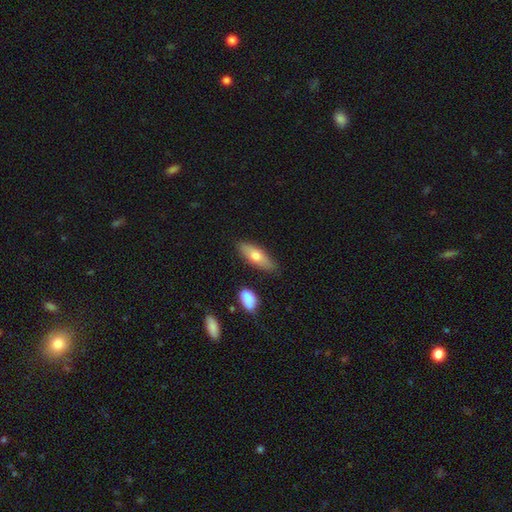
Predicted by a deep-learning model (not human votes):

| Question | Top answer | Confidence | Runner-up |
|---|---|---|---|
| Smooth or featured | smooth | 66% | featured or disk (28%) |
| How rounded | in between | 63% | cigar-shaped (34%) |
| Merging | none | 81% | minor disturbance (13%) |